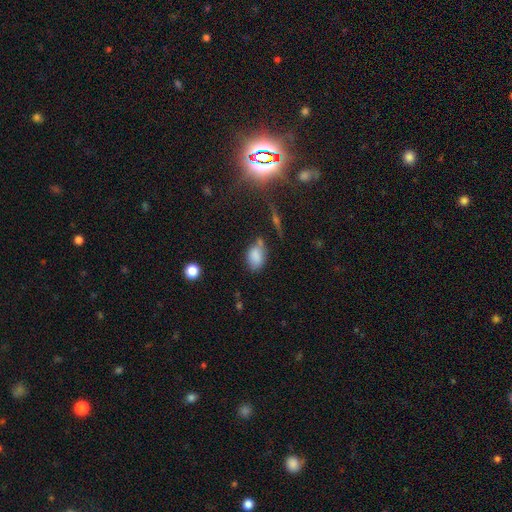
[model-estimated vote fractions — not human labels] Morphology: type=smooth (80%); roundness=in between (85%); merging=none (58%).